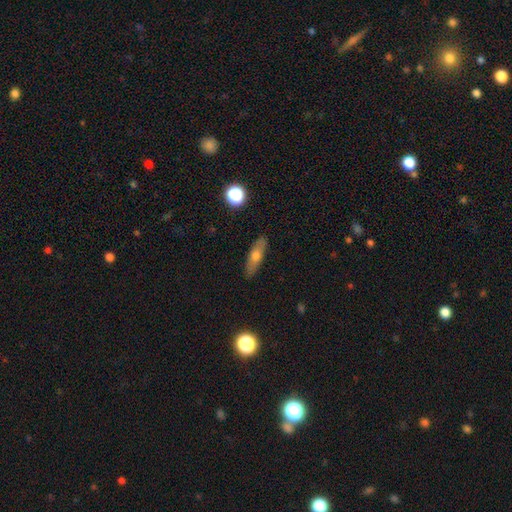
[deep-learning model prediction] Morphology: type=smooth (57%); roundness=cigar-shaped (49%); merging=none (86%).